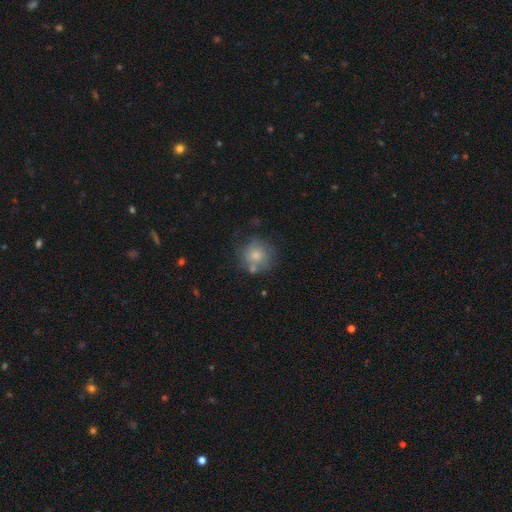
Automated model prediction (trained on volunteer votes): Smooth or featured? smooth (64%)
How rounded? round (85%)
Merging? none (57%)